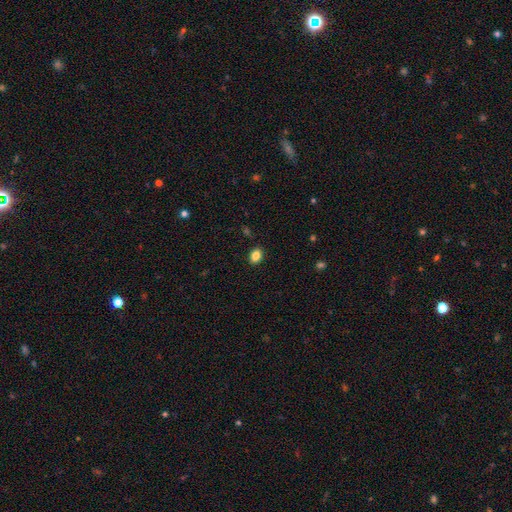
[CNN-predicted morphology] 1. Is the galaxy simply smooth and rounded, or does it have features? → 85% smooth, 10% star or artifact, 5% featured or disk.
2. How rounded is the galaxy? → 69% in between, 30% round, 1% cigar-shaped.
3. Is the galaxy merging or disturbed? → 88% none, 9% minor disturbance, 2% major disturbance, 1% merger.